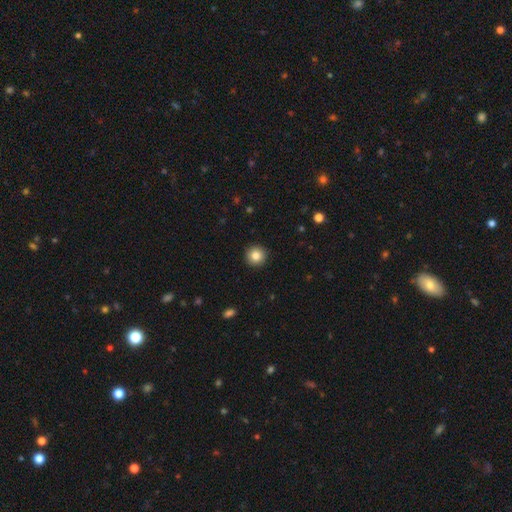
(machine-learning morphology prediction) Q: Smooth or featured?
A: smooth (84%); runner-up: star or artifact (10%)
Q: How rounded?
A: round (95%); runner-up: in between (4%)
Q: Merging?
A: none (93%); runner-up: minor disturbance (5%)